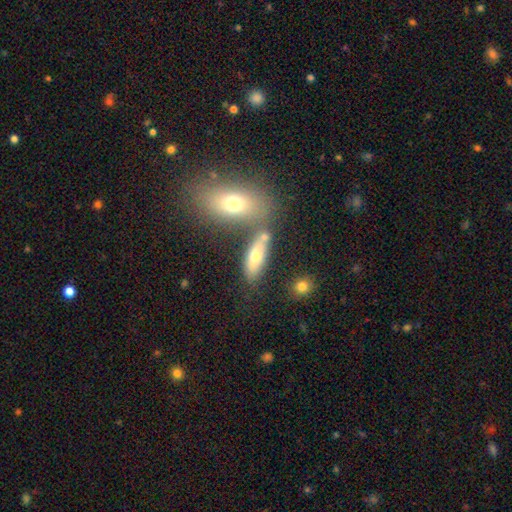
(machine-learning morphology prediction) smooth_or_featured: smooth (p=0.64) [alt: featured or disk p=0.26]
how_rounded: in between (p=0.69) [alt: cigar-shaped p=0.25]
merging: none (p=0.53) [alt: merger p=0.28]